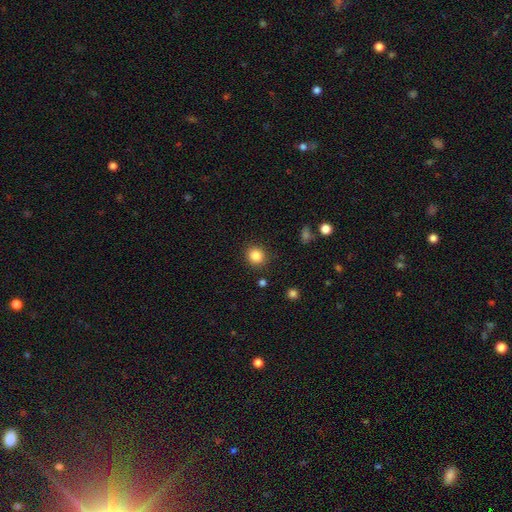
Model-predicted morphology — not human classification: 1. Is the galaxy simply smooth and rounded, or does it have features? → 86% smooth, 10% star or artifact, 4% featured or disk.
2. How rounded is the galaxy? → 82% round, 17% in between, 1% cigar-shaped.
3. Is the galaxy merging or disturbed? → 88% none, 8% minor disturbance, 3% major disturbance, 2% merger.